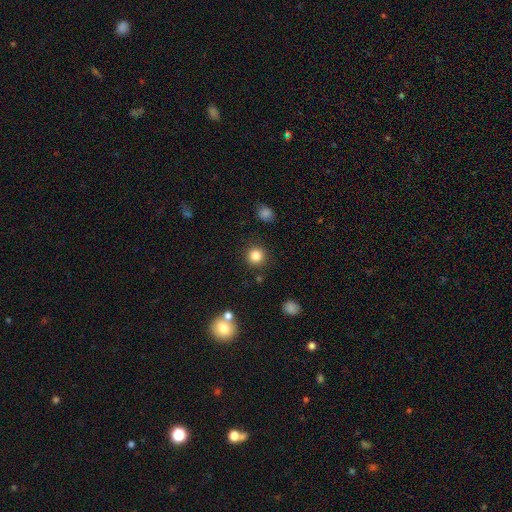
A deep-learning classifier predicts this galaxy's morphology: A smooth galaxy with no disk features (83%) that is round (94%).

Vote fractions:
- Smooth or featured? smooth: 83% / star or artifact: 12% / featured or disk: 5%
- How rounded? round: 94% / in between: 5% / cigar-shaped: 1%
- Merging? none: 90% / minor disturbance: 6% / major disturbance: 2% / merger: 2%